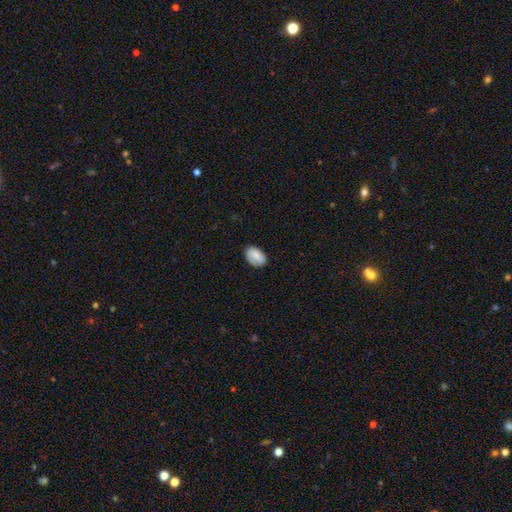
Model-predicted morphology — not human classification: A smooth galaxy with no disk features (76%) that is in between round and cigar-shaped (87%). Merging: none (79%).